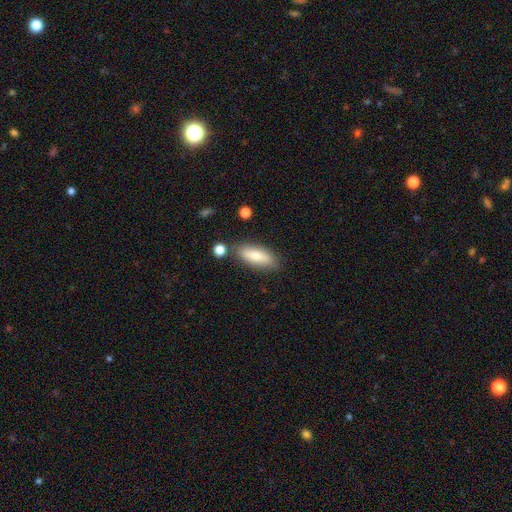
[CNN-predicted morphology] Smooth or featured: smooth — 74% (featured or disk — 19%)
How rounded: in between — 71% (cigar-shaped — 26%)
Merging: none — 78% (minor disturbance — 13%)